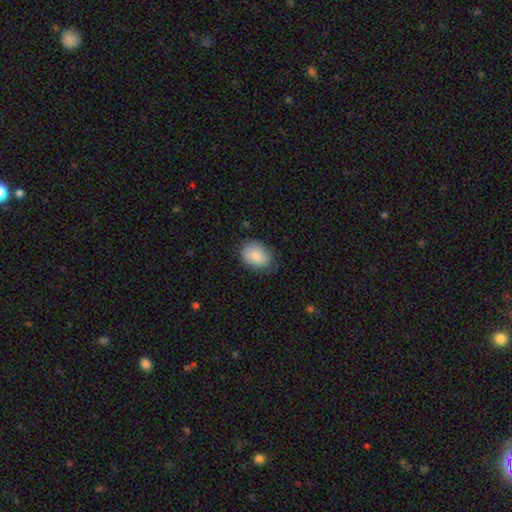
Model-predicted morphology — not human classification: Smooth or featured: smooth — 84% (featured or disk — 9%)
How rounded: in between — 70% (round — 29%)
Merging: none — 72% (minor disturbance — 23%)